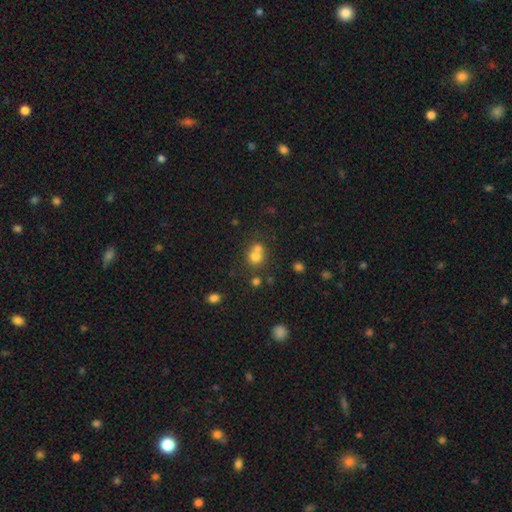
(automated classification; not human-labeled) Overall: smooth (73%). How rounded: round (79%). Merging: merger (52%; none 38%).